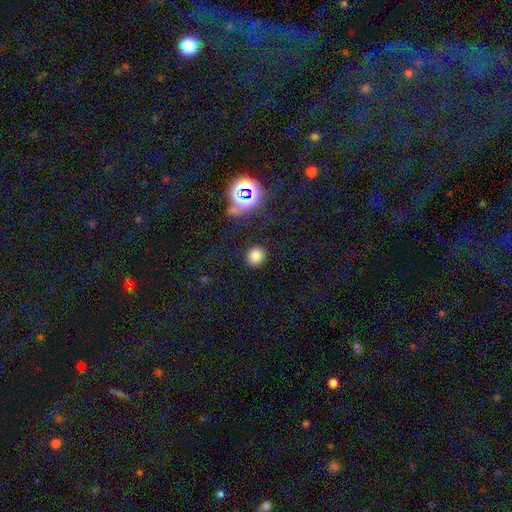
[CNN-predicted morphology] type=smooth (76%); roundness=round (81%); merging=none (87%).